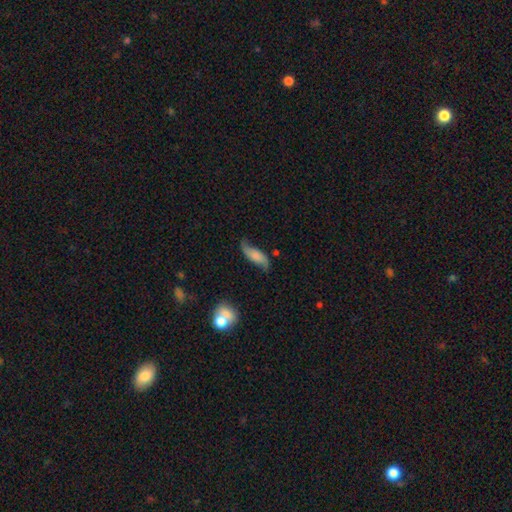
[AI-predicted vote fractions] A featured or disk galaxy (53%). Merging: none (63%).